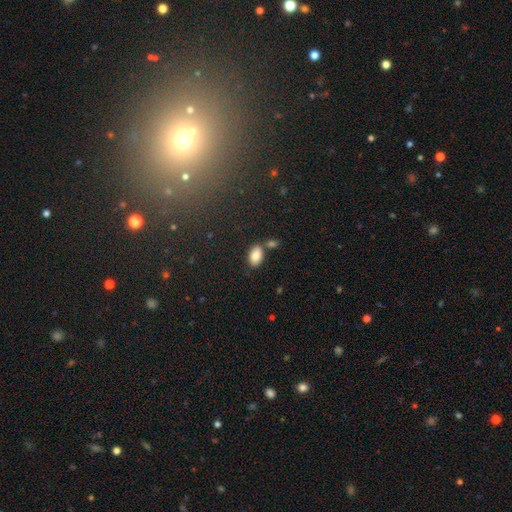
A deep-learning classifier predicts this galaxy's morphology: Q: Smooth or featured?
A: smooth (82%); runner-up: featured or disk (10%)
Q: How rounded?
A: in between (93%); runner-up: round (6%)
Q: Merging?
A: none (67%); runner-up: merger (17%)